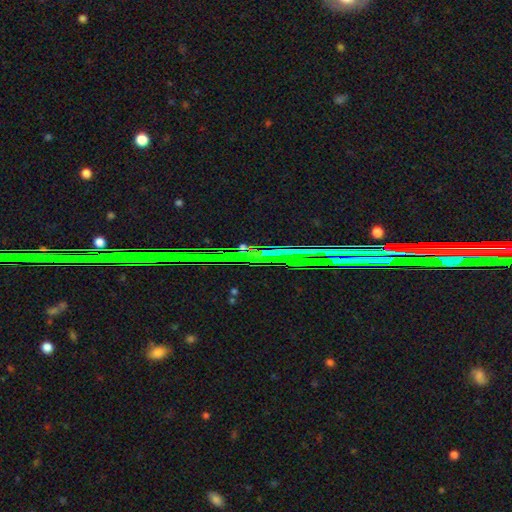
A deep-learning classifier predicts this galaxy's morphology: smooth_or_featured: star or artifact (p=0.84) [alt: featured or disk p=0.09]